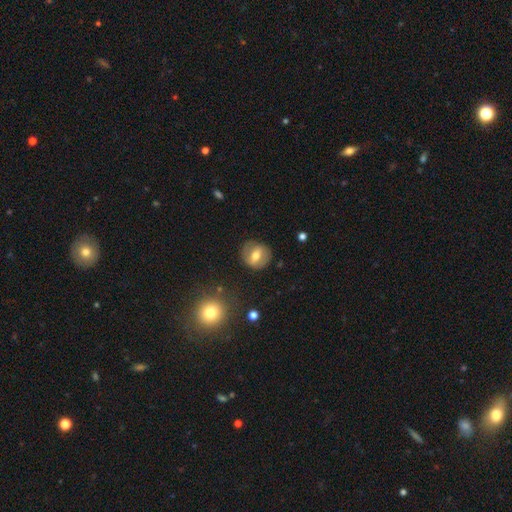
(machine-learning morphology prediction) Smooth or featured? smooth (51%)
How rounded? round (76%)
Merging? none (82%)